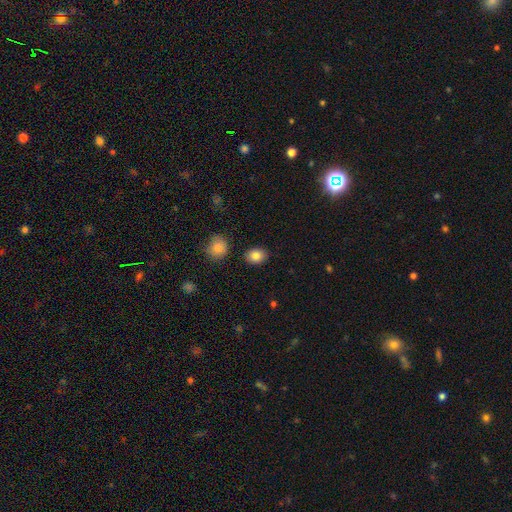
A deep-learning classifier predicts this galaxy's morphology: Overall: smooth (85%). How rounded: in between (62%; round 37%). Merging: none (87%).